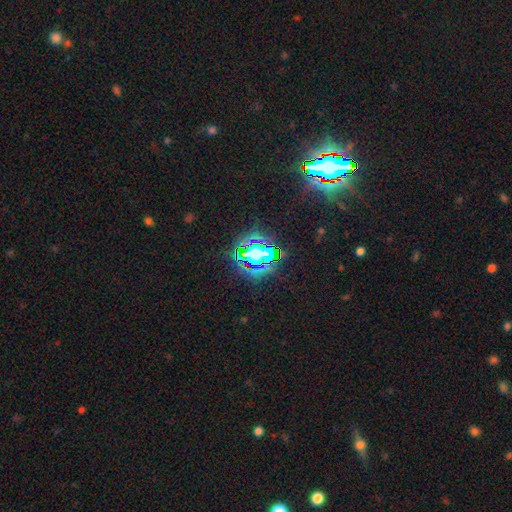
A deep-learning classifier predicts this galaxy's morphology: This is likely a star or artifact rather than a galaxy (72%).